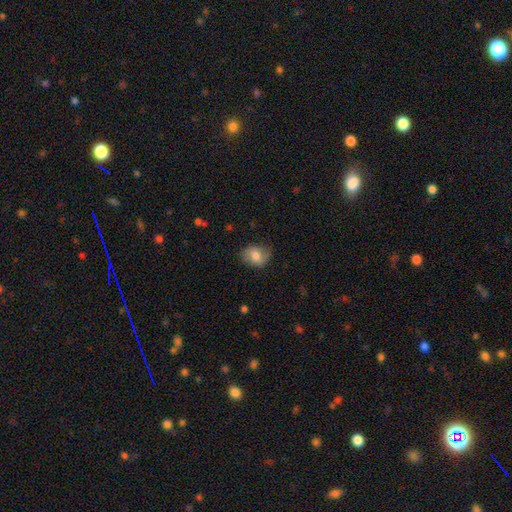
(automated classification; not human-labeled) A smooth galaxy with no disk features (73%) that is in between round and cigar-shaped (55%).

Vote fractions:
- Smooth or featured? smooth: 73% / featured or disk: 19% / star or artifact: 8%
- How rounded? in between: 55% / round: 44% / cigar-shaped: 1%
- Merging? none: 78% / minor disturbance: 17% / major disturbance: 4% / merger: 1%